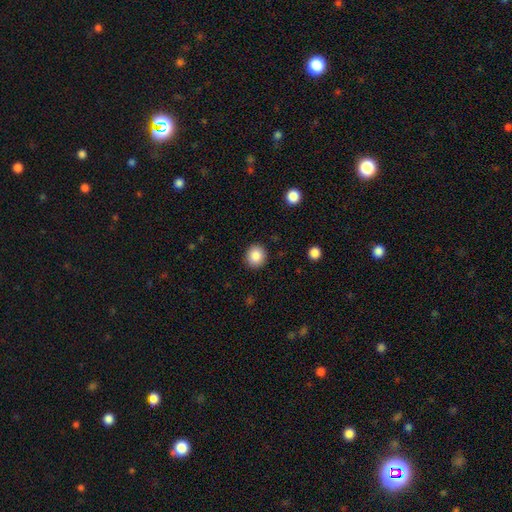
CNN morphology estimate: The model was most divided on "how rounded": round: 84%, in between: 15%, cigar-shaped: 1%. More confident: merging — none (91%); smooth or featured — smooth (87%).